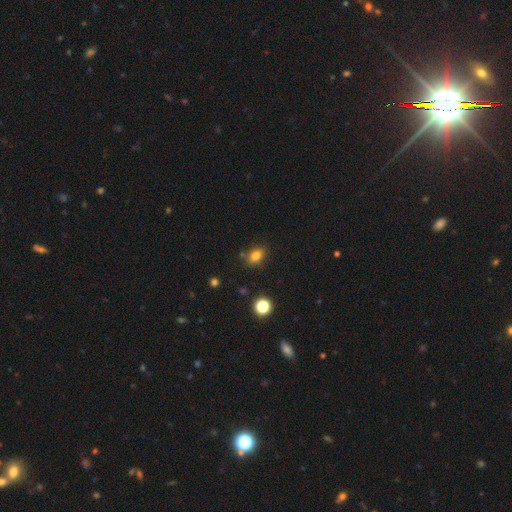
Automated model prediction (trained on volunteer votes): smooth 80%, star or artifact 13%, featured or disk 7%. Down the decision tree: how rounded — in between (72%); merging — none (78%).